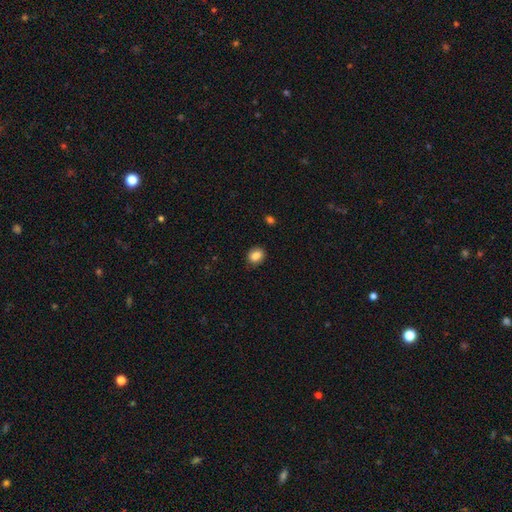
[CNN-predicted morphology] smooth-or-featured: smooth: 85% | star or artifact: 9% | featured or disk: 6%
  how-rounded: round: 55% | in between: 44% | cigar-shaped: 1%
  merging: none: 86% | minor disturbance: 10% | major disturbance: 2% | merger: 1%